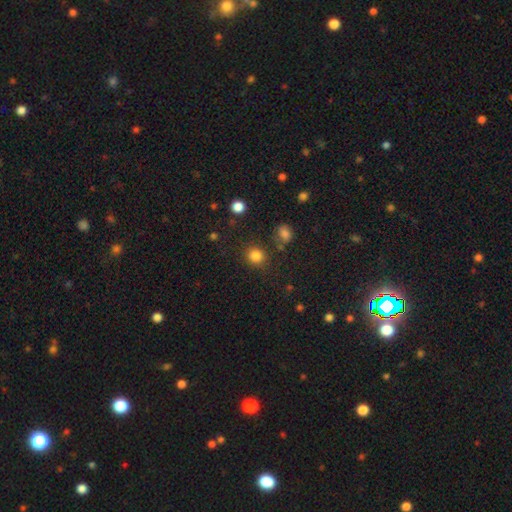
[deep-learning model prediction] This is clearly a smooth galaxy (84%). How rounded: clearly round (85%). Merging: clearly none (83%).